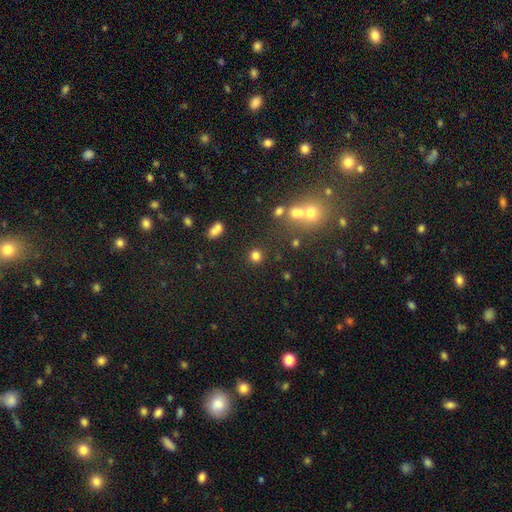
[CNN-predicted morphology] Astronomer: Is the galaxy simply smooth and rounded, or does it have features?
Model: smooth — 77%.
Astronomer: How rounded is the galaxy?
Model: round — 91%.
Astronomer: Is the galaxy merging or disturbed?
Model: none — 84%.